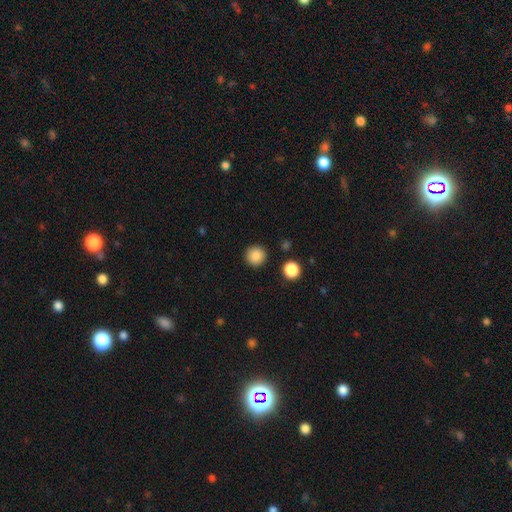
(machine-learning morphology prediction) Overall: smooth (87%). How rounded: round (95%). Merging: none (91%).